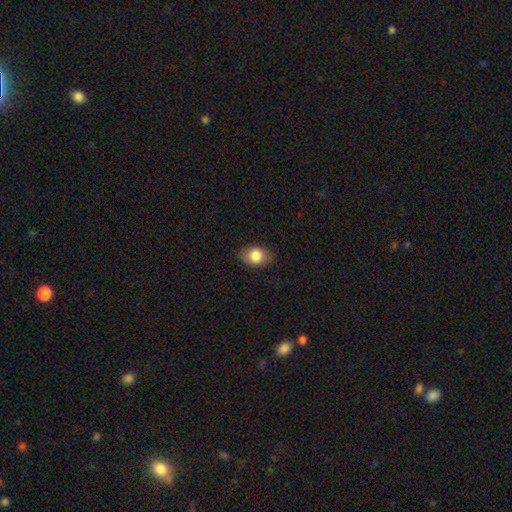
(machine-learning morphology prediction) smooth 83%, featured or disk 9%, star or artifact 8%. Down the decision tree: how rounded — in between (68%); merging — none (83%).